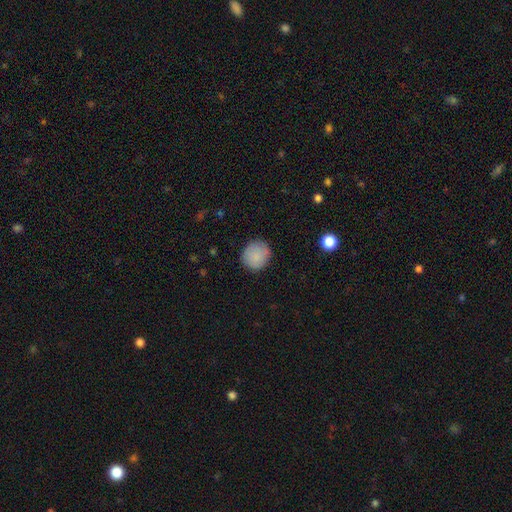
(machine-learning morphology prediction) Smooth or featured: smooth — 87% (star or artifact — 7%)
How rounded: round — 89% (in between — 10%)
Merging: none — 87% (minor disturbance — 10%)